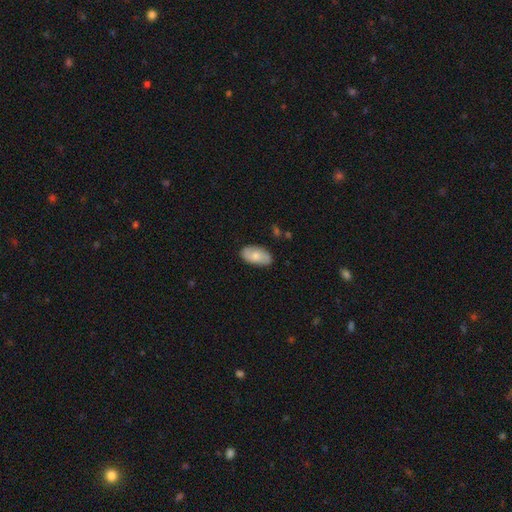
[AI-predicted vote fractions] smooth-or-featured: smooth: 72% | featured or disk: 22% | star or artifact: 6%
  how-rounded: in between: 95% | round: 3% | cigar-shaped: 2%
  merging: none: 80% | minor disturbance: 16% | major disturbance: 3% | merger: 1%